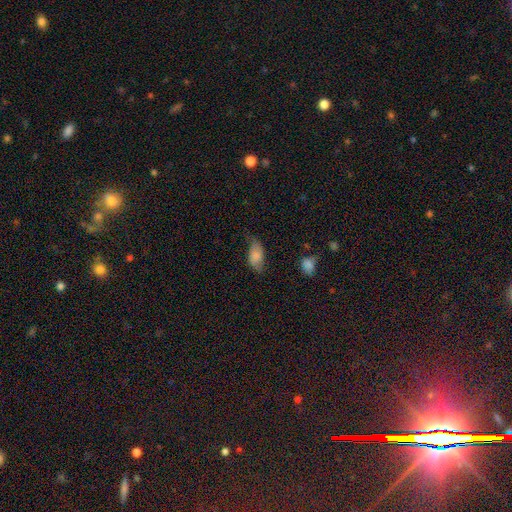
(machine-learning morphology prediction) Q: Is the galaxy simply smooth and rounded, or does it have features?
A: smooth — 73%.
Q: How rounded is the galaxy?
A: in between — 92%.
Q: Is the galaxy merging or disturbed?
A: none — 50%.